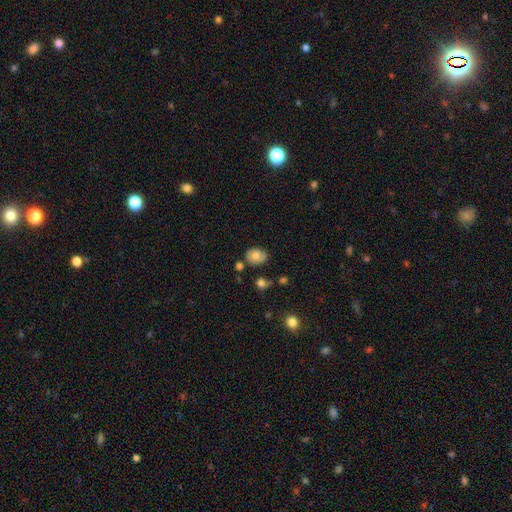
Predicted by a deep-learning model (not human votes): smooth-or-featured: smooth: 70% | featured or disk: 21% | star or artifact: 9%
  how-rounded: round: 52% | in between: 47% | cigar-shaped: 1%
  merging: none: 70% | minor disturbance: 20% | merger: 6% | major disturbance: 5%